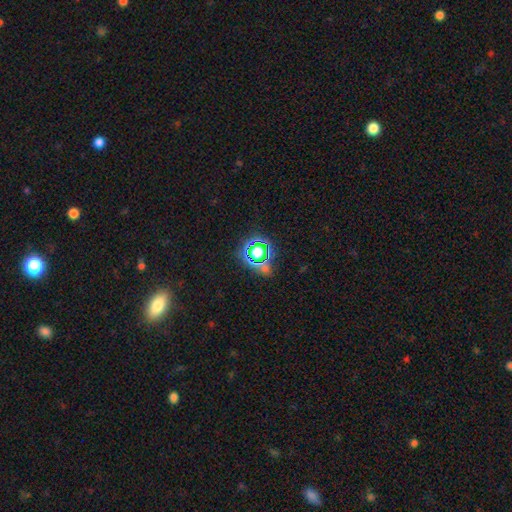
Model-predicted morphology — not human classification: Smooth or featured?
  - star or artifact: 52% *
  - smooth: 38%
  - featured or disk: 11%